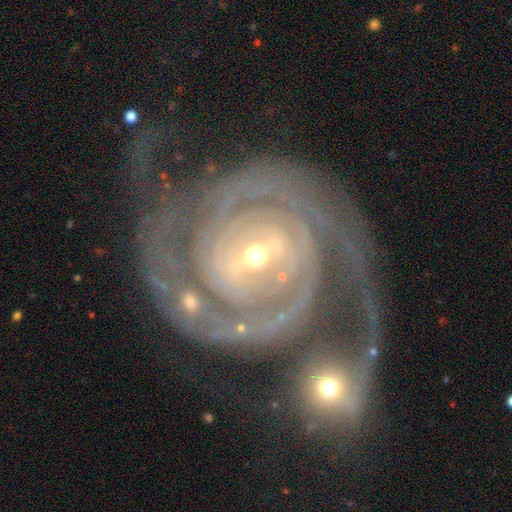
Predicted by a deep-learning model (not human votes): Morphology: type=featured or disk (93%); edge-on=no (98%); bar=weak (42%); spiral arms=yes (98%); winding=tight (71%); arm count=2 (71%); bulge=small (63%); merging=none (44%).